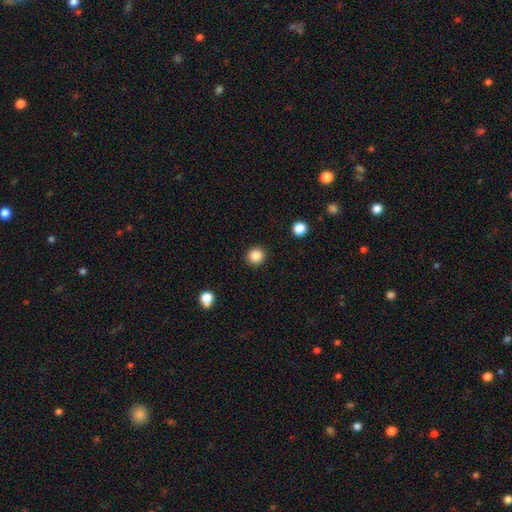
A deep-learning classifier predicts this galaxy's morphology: The model was most divided on "smooth or featured": smooth: 86%, star or artifact: 10%, featured or disk: 4%. More confident: merging — none (92%); how rounded — round (91%).